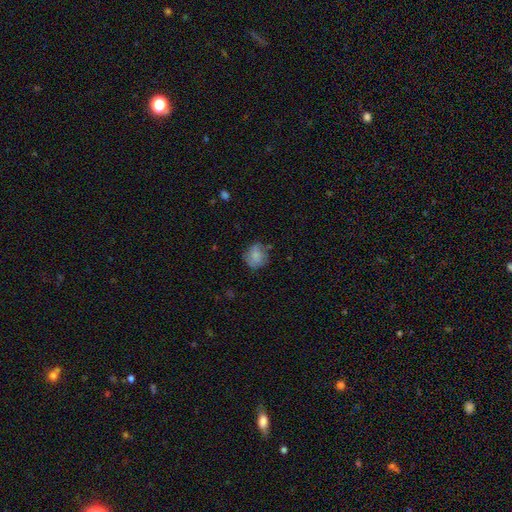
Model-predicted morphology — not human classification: This appears to be a smooth galaxy with no disk features (76%) that is round (78%). Merging: none (68%).